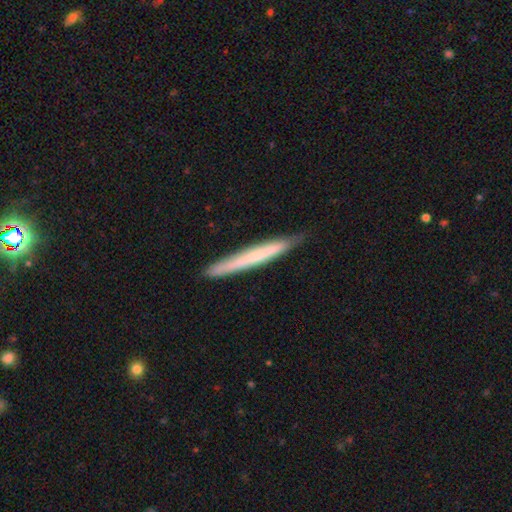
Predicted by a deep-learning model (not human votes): Smooth or featured? smooth (58%)
How rounded? cigar-shaped (97%)
Merging? none (85%)